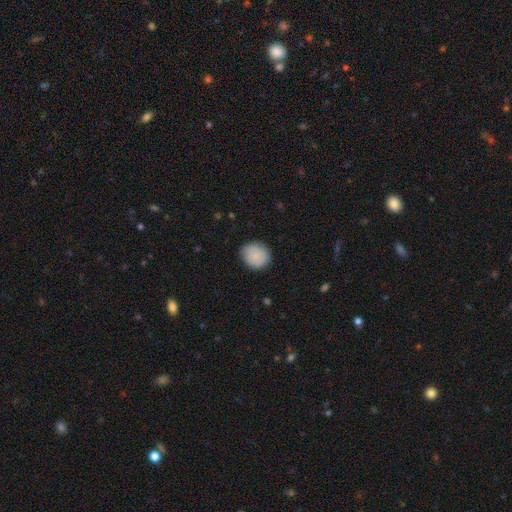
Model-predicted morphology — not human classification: This is clearly a smooth galaxy (84%). How rounded: likely round (76%). Merging: likely none (74%).